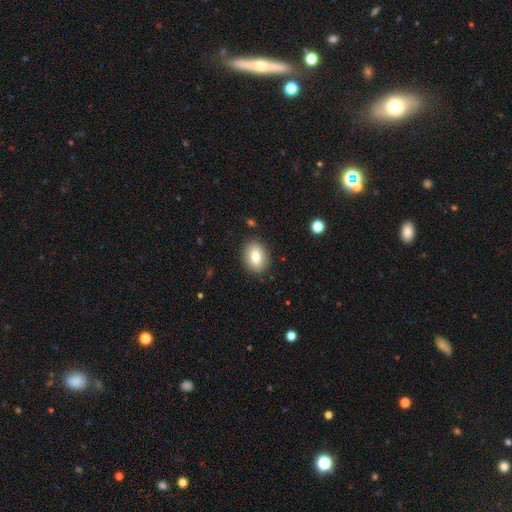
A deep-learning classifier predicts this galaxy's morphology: Overall: smooth (79%). How rounded: in between (64%; round 35%). Merging: none (88%).